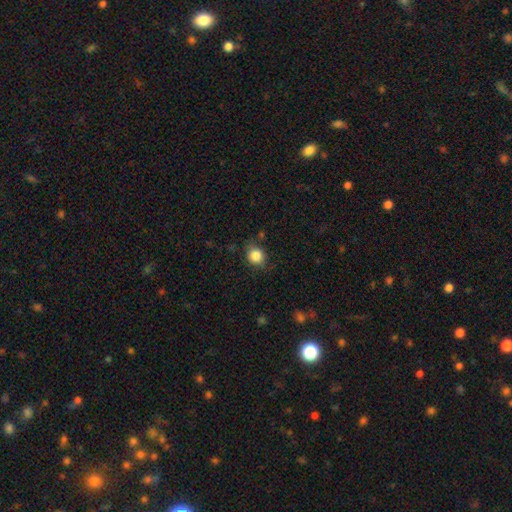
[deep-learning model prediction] Smooth or featured: smooth — 85% (star or artifact — 10%)
How rounded: round — 79% (in between — 20%)
Merging: none — 79% (minor disturbance — 15%)